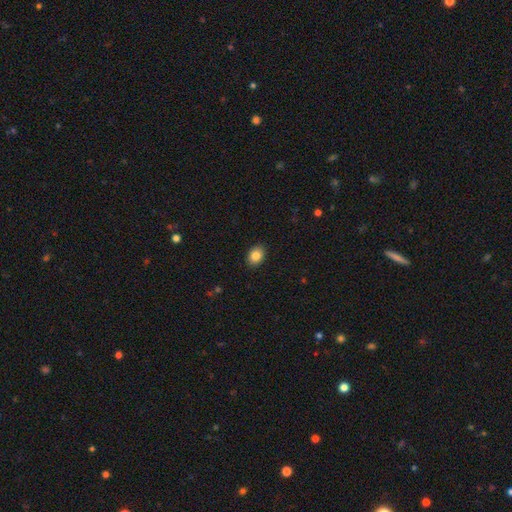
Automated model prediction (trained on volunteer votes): smooth_or_featured: smooth (p=0.86) [alt: star or artifact p=0.08]
how_rounded: in between (p=0.71) [alt: round p=0.28]
merging: none (p=0.89) [alt: minor disturbance p=0.08]